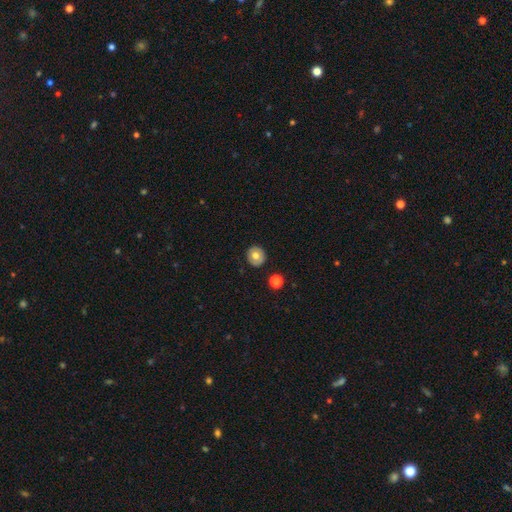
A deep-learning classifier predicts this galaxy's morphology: smooth 69%, featured or disk 22%, star or artifact 9%. Down the decision tree: how rounded — round (91%); merging — none (90%).